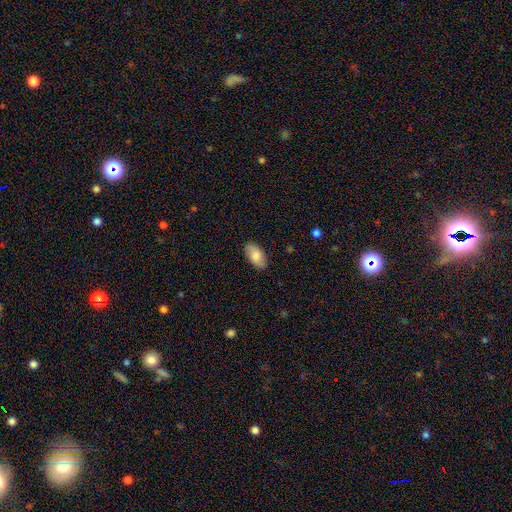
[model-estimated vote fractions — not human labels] Smooth or featured?
  - smooth: 79% *
  - featured or disk: 15%
  - star or artifact: 6%
How rounded?
  - in between: 94% *
  - round: 3%
  - cigar-shaped: 2%
Merging?
  - none: 87% *
  - minor disturbance: 10%
  - major disturbance: 2%
  - merger: 1%